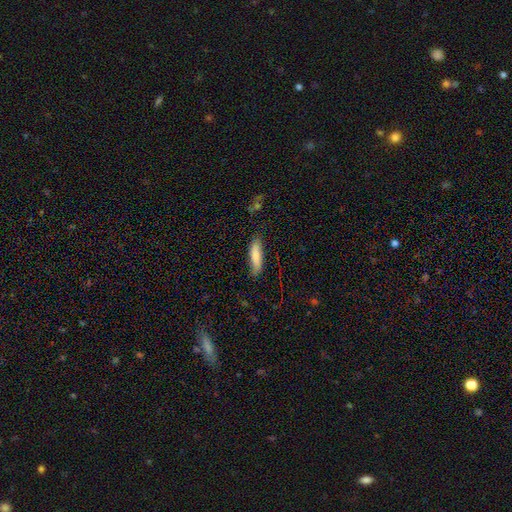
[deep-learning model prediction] Smooth or featured? Predicted: smooth (p=0.79). How rounded? Predicted: cigar-shaped (p=0.68). Merging? Predicted: none (p=0.82).